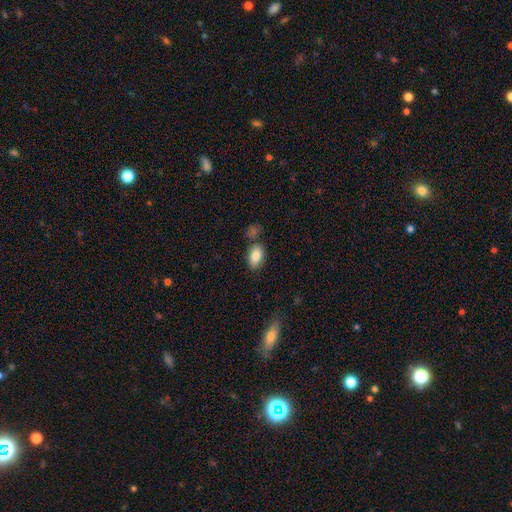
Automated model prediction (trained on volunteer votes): Q: Smooth or featured?
A: smooth (86%); runner-up: featured or disk (8%)
Q: How rounded?
A: in between (93%); runner-up: round (5%)
Q: Merging?
A: none (75%); runner-up: minor disturbance (12%)